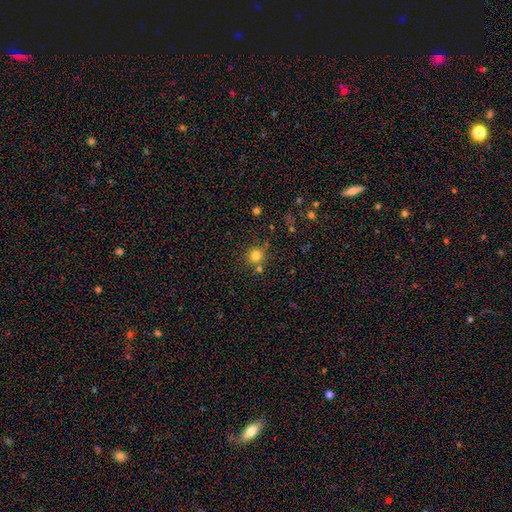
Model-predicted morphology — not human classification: Smooth or featured? smooth (78%)
How rounded? round (93%)
Merging? none (74%)